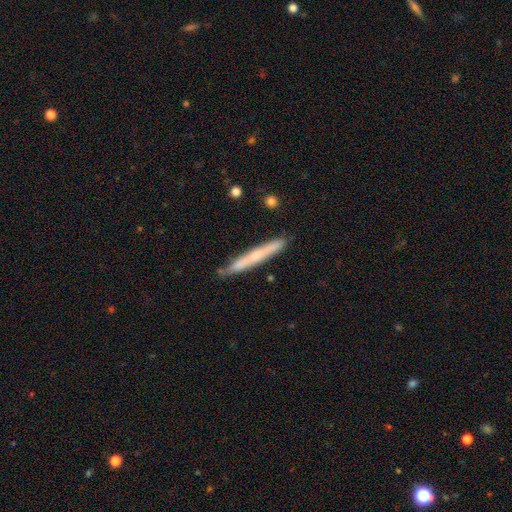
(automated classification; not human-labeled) This is possibly a smooth galaxy (50%). How rounded: clearly cigar-shaped (96%). Merging: clearly none (85%).